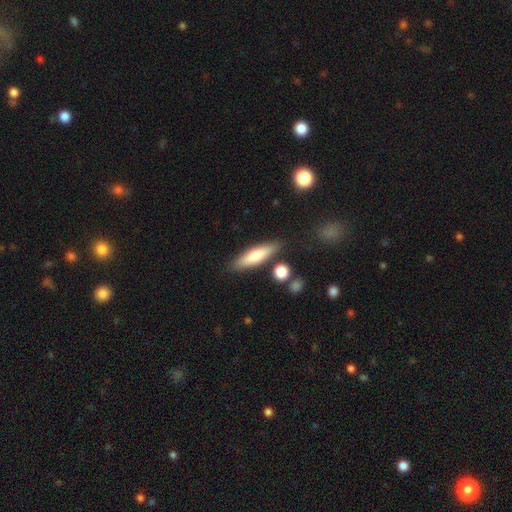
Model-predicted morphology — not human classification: A smooth galaxy with no disk features (71%) that is cigar-shaped (69%). Merging: none (82%).